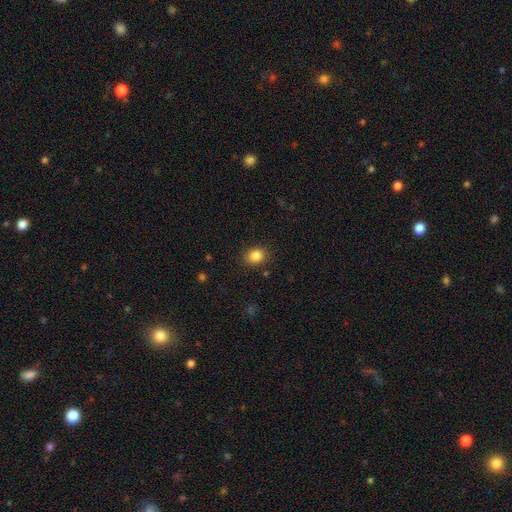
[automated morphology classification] type=smooth (85%); roundness=round (51%); merging=none (86%).